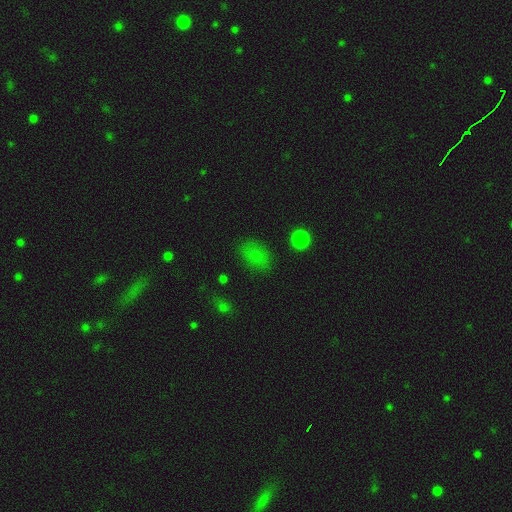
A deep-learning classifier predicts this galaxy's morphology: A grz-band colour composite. It shows a smooth galaxy with no disk features (73%) that is in between round and cigar-shaped (79%). Merging: none (76%).